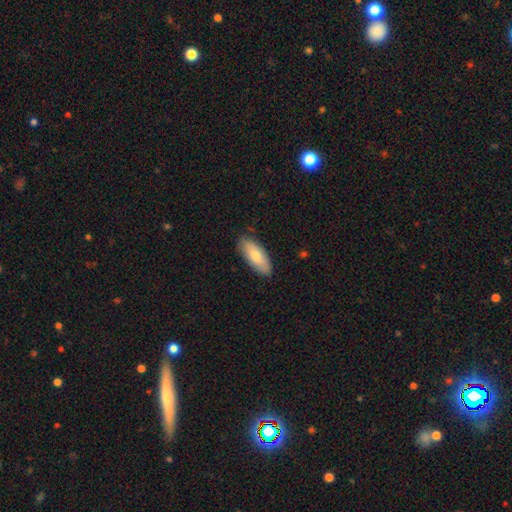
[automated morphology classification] This appears to be a smooth galaxy with no disk features (78%) that is in between round and cigar-shaped (81%). Merging: none (85%).